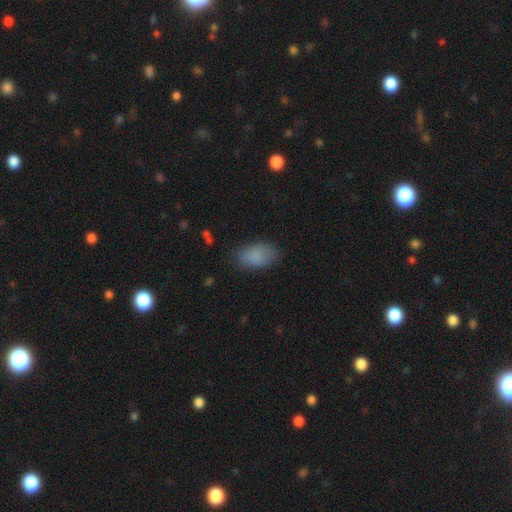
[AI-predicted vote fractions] This appears to be a smooth galaxy with no disk features (86%) that is in between round and cigar-shaped (92%). Merging: none (79%).